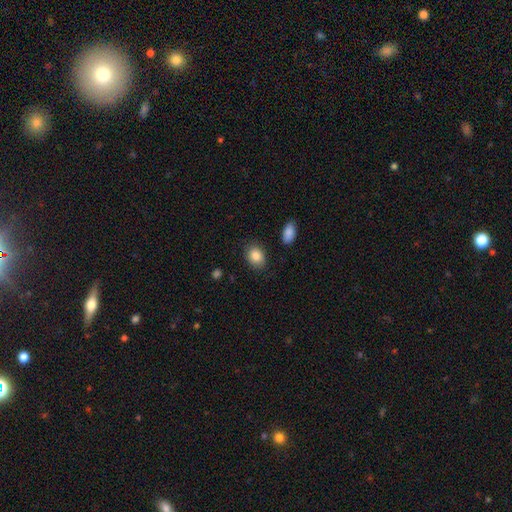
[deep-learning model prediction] A smooth galaxy with no disk features (87%) that is in between round and cigar-shaped (63%). Merging: none (83%).